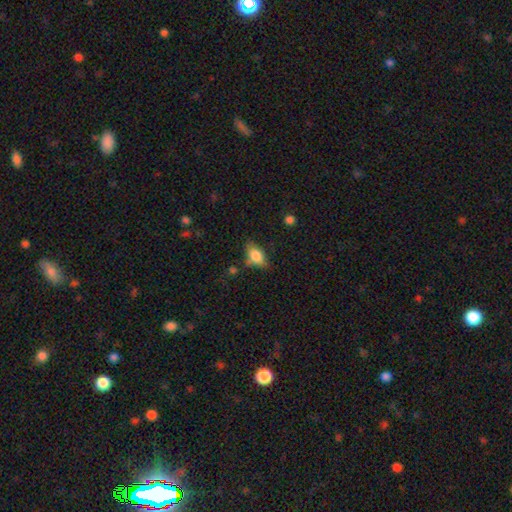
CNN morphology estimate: This is clearly a smooth galaxy (81%). How rounded: clearly in between (87%). Merging: likely none (64%).